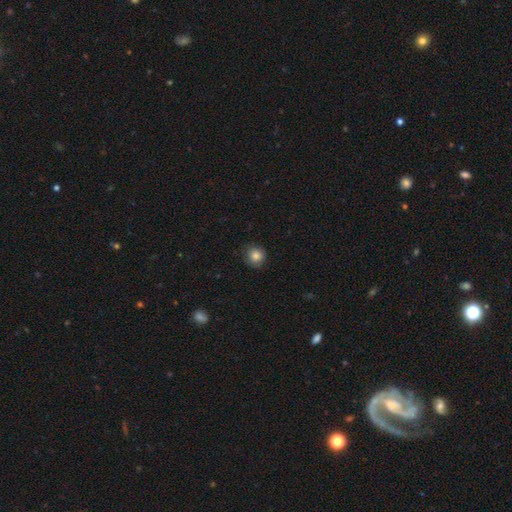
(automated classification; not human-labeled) Smooth or featured?
  - smooth: 82% *
  - star or artifact: 10%
  - featured or disk: 8%
How rounded?
  - round: 87% *
  - in between: 12%
  - cigar-shaped: 1%
Merging?
  - none: 80% *
  - minor disturbance: 15%
  - major disturbance: 3%
  - merger: 1%